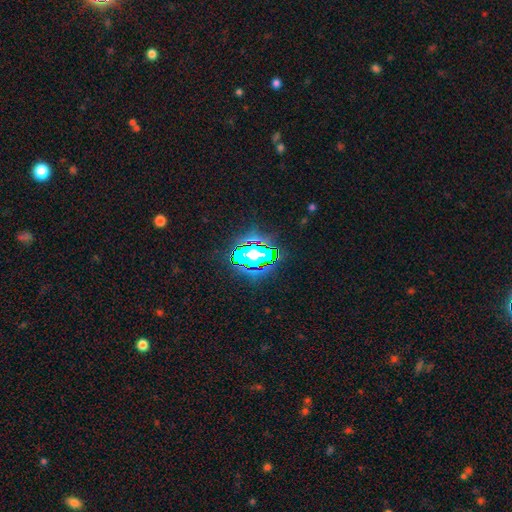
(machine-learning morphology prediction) Overall: star or artifact (78%).